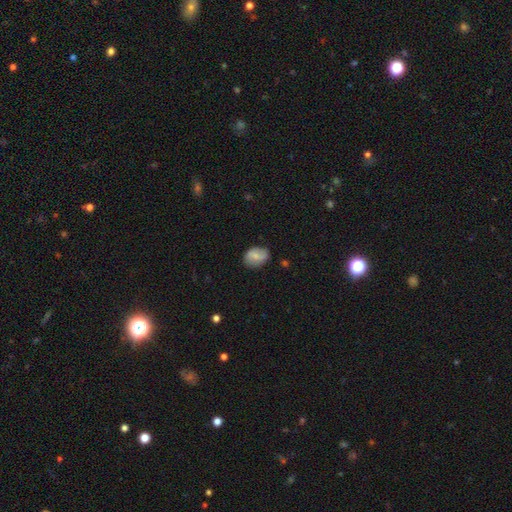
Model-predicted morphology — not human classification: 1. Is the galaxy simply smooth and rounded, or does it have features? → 55% smooth, 37% featured or disk, 8% star or artifact.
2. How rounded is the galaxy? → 67% in between, 32% round, 2% cigar-shaped.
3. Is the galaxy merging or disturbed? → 75% none, 19% minor disturbance, 4% major disturbance, 2% merger.